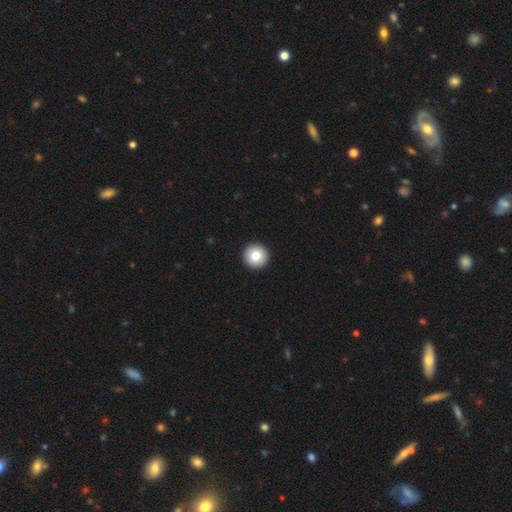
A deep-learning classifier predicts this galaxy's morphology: Smooth or featured?
  - smooth: 81% *
  - featured or disk: 11%
  - star or artifact: 8%
How rounded?
  - round: 97% *
  - in between: 2%
  - cigar-shaped: 1%
Merging?
  - none: 94% *
  - minor disturbance: 3%
  - major disturbance: 1%
  - merger: 1%